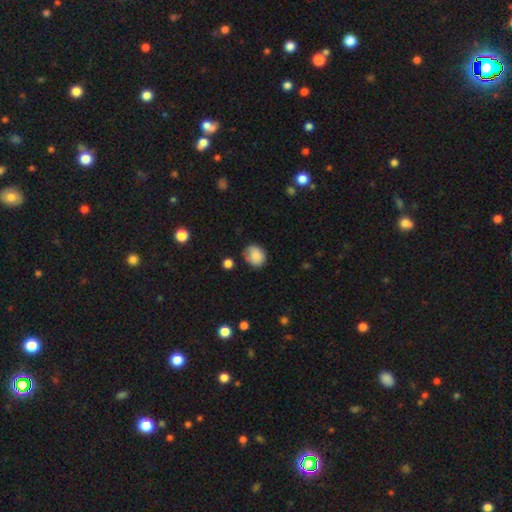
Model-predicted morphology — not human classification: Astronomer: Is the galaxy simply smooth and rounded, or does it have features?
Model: smooth — 84%.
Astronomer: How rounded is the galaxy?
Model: round — 59% (runner-up: in between, 40%).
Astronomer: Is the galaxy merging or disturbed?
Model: none — 70%.